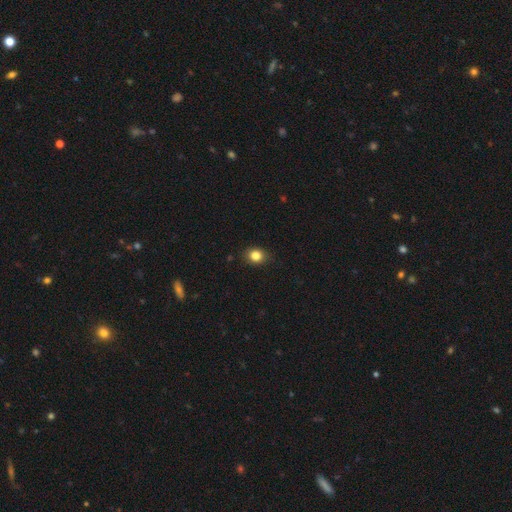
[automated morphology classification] A smooth galaxy with no disk features (84%) that is round (62%).

Vote fractions:
- Smooth or featured? smooth: 84% / star or artifact: 11% / featured or disk: 6%
- How rounded? round: 62% / in between: 37% / cigar-shaped: 1%
- Merging? none: 85% / minor disturbance: 11% / major disturbance: 2% / merger: 1%